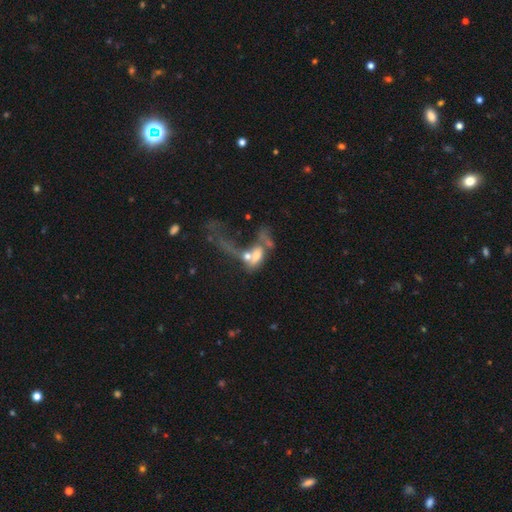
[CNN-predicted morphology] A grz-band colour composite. It shows a smooth galaxy with no disk features (45%). Merging: merger (58%).